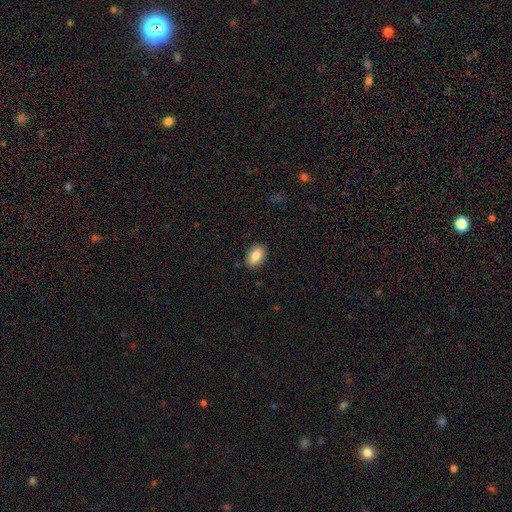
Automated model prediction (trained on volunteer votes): The model was most divided on "smooth or featured": smooth: 84%, featured or disk: 8%, star or artifact: 7%. More confident: merging — none (88%); how rounded — in between (88%).